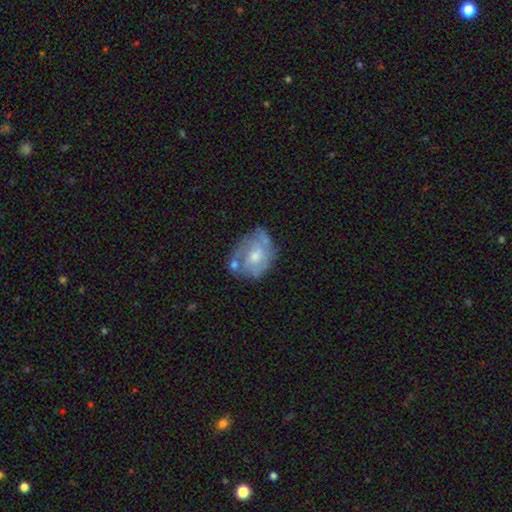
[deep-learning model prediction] The model was most divided on "bulge size": moderate: 56%, small: 36%, large: 4%, none: 3%, dominant: 1%. Remaining: edge-on disk — no (97%); bar — no (71%); spiral arms — yes (67%); smooth or featured — featured or disk (62%); merging — none (46%).